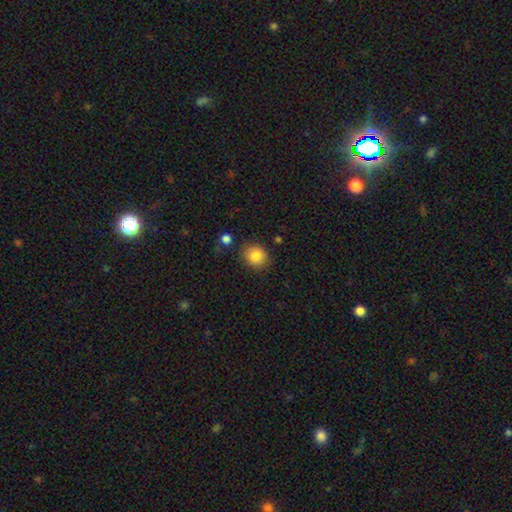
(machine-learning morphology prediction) A smooth galaxy with no disk features (85%) that is round (74%). Merging: none (83%).